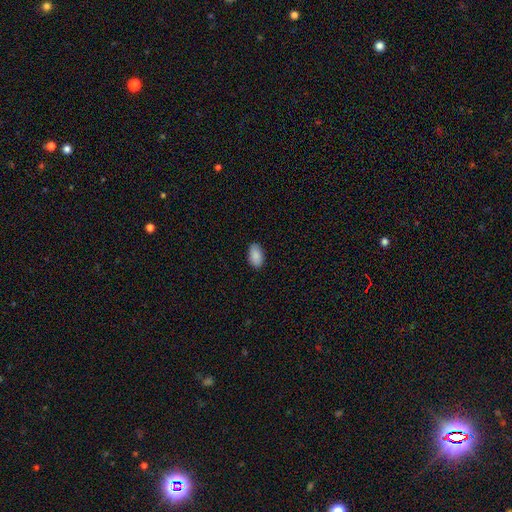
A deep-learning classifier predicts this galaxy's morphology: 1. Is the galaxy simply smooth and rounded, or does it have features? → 89% smooth, 6% star or artifact, 4% featured or disk.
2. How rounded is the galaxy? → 94% in between, 4% round, 2% cigar-shaped.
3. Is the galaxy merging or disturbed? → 88% none, 9% minor disturbance, 2% major disturbance, 1% merger.